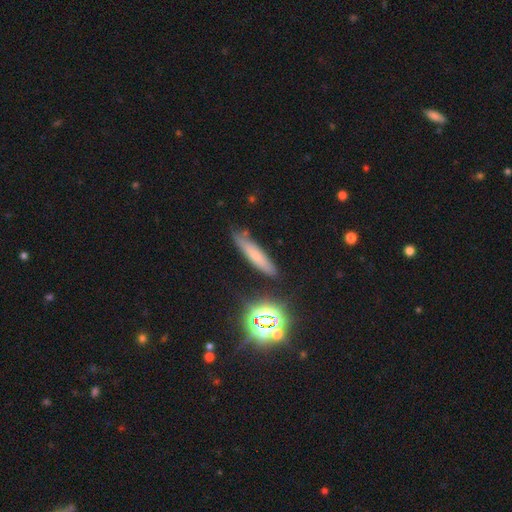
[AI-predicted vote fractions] The model was most divided on "smooth or featured": smooth: 57%, featured or disk: 25%, star or artifact: 18%. More confident: how rounded — cigar-shaped (83%); merging — none (83%).